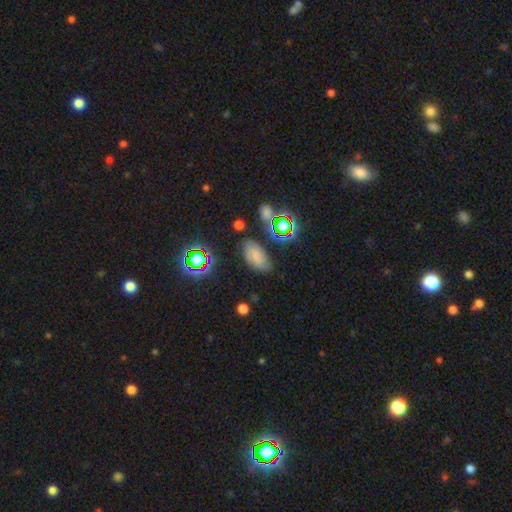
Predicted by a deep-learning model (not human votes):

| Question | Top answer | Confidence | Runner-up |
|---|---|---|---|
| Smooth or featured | smooth | 42% | featured or disk (39%) |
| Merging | none | 72% | minor disturbance (18%) |